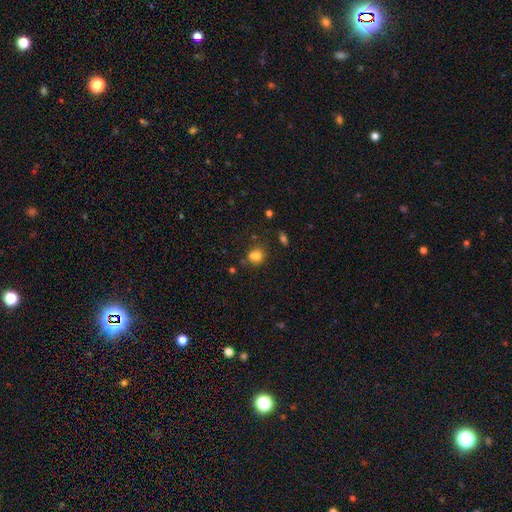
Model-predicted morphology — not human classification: Smooth or featured? Predicted: smooth (p=0.77). How rounded? Predicted: round (p=0.63). Merging? Predicted: none (p=0.53).